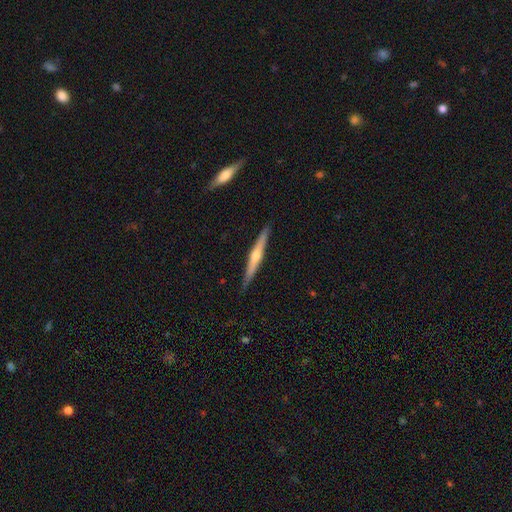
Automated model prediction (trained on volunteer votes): Morphology: type=featured or disk (69%); edge-on=yes (98%); edge-on bulge=rounded (85%); merging=none (90%).